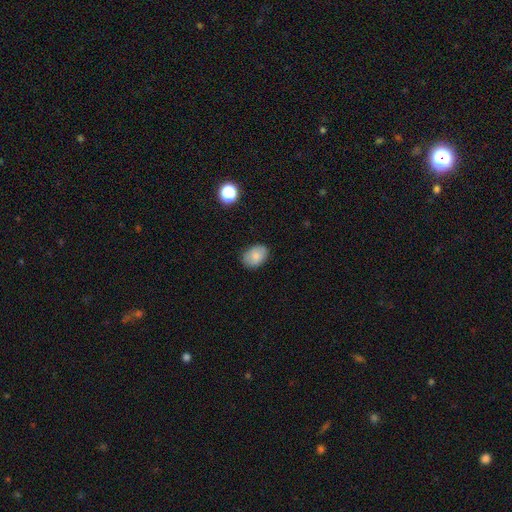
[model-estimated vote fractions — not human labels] Smooth or featured: smooth — 82% (featured or disk — 10%)
How rounded: in between — 79% (round — 20%)
Merging: none — 84% (minor disturbance — 12%)